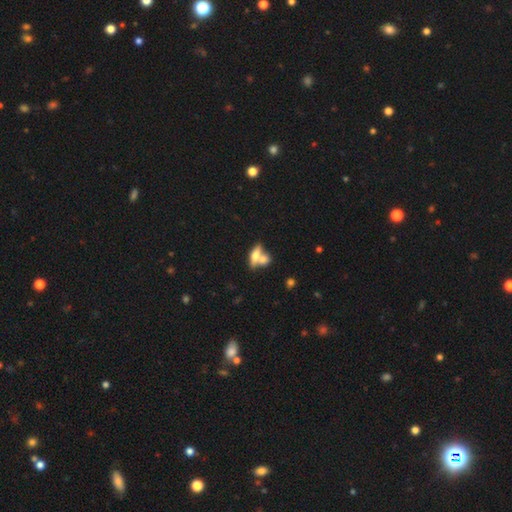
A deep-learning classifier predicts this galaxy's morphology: Smooth or featured: smooth — 50% (featured or disk — 42%)
Merging: merger — 51% (none — 36%)